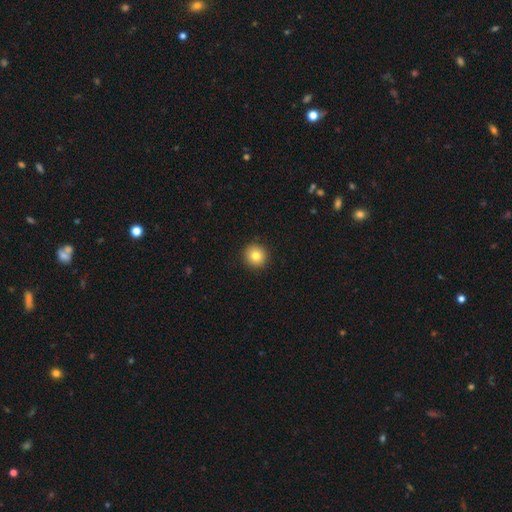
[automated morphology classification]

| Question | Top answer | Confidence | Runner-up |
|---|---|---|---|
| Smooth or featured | smooth | 82% | star or artifact (10%) |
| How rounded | round | 94% | in between (5%) |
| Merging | none | 93% | minor disturbance (5%) |